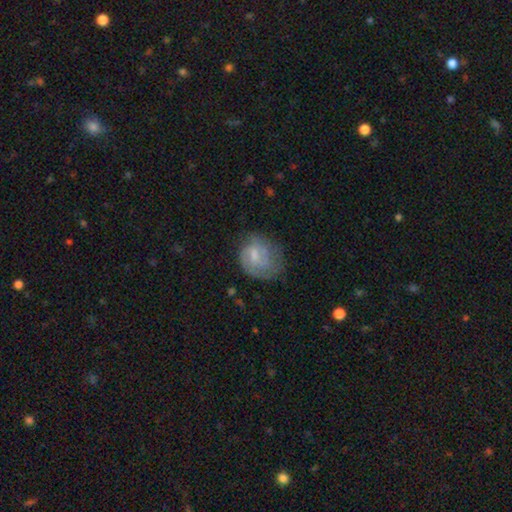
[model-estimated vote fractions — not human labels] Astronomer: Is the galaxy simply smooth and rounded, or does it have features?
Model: smooth — 52% (runner-up: featured or disk, 40%).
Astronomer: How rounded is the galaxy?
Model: round — 58% (runner-up: in between, 41%).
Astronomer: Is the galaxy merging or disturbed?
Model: none — 45% (runner-up: minor disturbance, 31%).